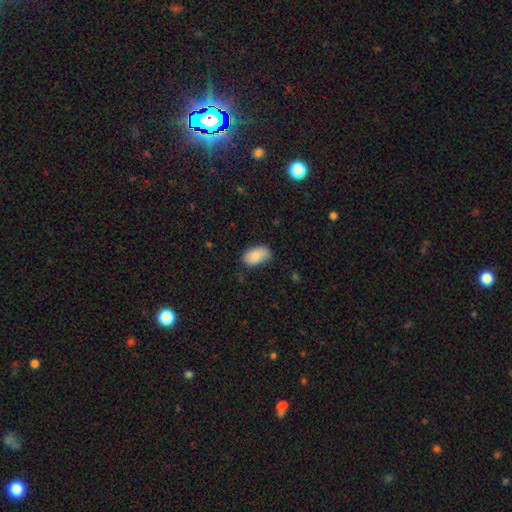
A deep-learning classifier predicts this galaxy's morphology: Smooth or featured: smooth — 84% (featured or disk — 9%)
How rounded: in between — 93% (round — 5%)
Merging: none — 72% (minor disturbance — 22%)